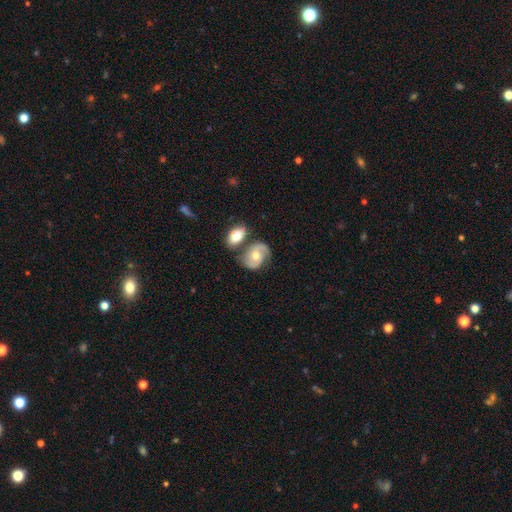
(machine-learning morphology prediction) Smooth or featured: featured or disk — 77% (smooth — 18%)
Edge-on disk: no — 97% (yes — 3%)
Bar: no — 63% (weak — 30%)
Spiral arms: yes — 94% (no — 6%)
Spiral winding: medium — 50% (tight — 34%)
Spiral arm count: 2 — 87% (can't tell — 5%)
Bulge size: moderate — 73% (small — 20%)
Merging: none — 54% (merger — 23%)